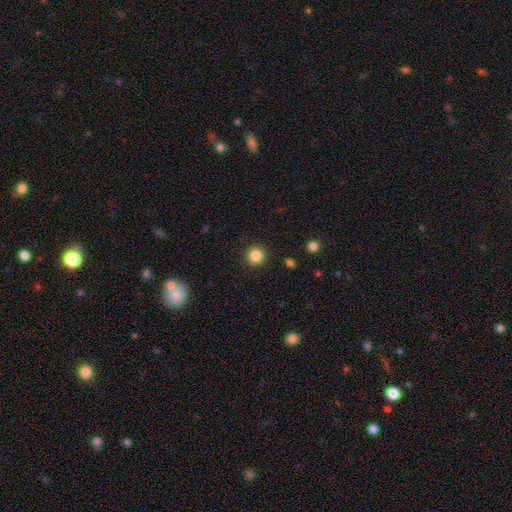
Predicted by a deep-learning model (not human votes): Morphology: type=smooth (86%); roundness=round (95%); merging=none (92%).